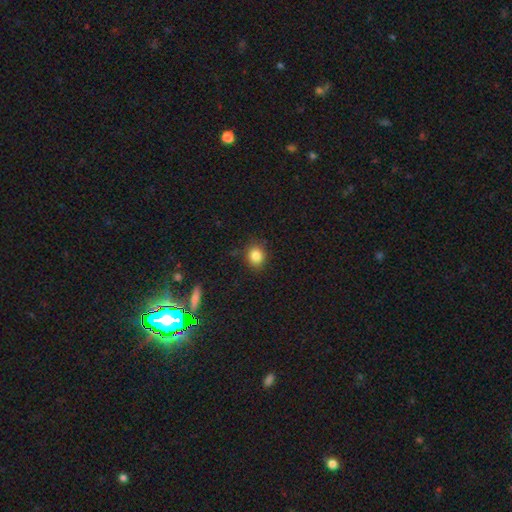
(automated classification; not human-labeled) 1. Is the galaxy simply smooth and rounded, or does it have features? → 84% smooth, 10% star or artifact, 5% featured or disk.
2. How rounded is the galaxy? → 72% round, 27% in between, 1% cigar-shaped.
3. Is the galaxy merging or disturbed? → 85% none, 11% minor disturbance, 3% major disturbance, 1% merger.